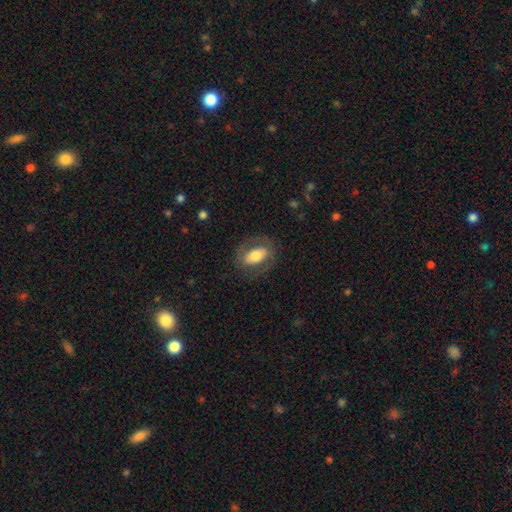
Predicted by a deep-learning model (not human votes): A smooth galaxy with no disk features (55%) that is in between round and cigar-shaped (87%).

Vote fractions:
- Smooth or featured? smooth: 55% / featured or disk: 38% / star or artifact: 6%
- How rounded? in between: 87% / round: 9% / cigar-shaped: 3%
- Merging? none: 75% / minor disturbance: 14% / major disturbance: 10% / merger: 1%